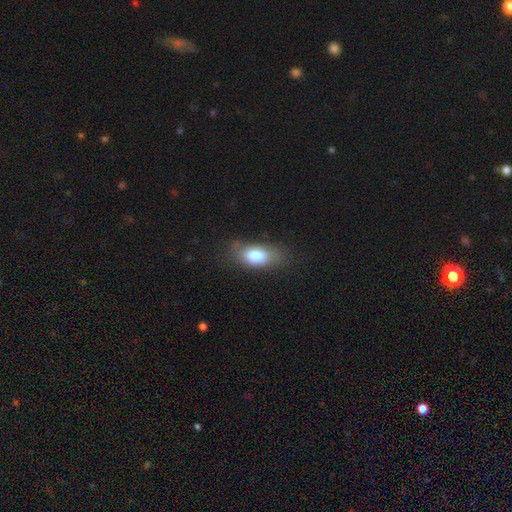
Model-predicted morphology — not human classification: This is clearly a smooth galaxy (80%). How rounded: clearly in between (86%). Merging: likely none (67%).